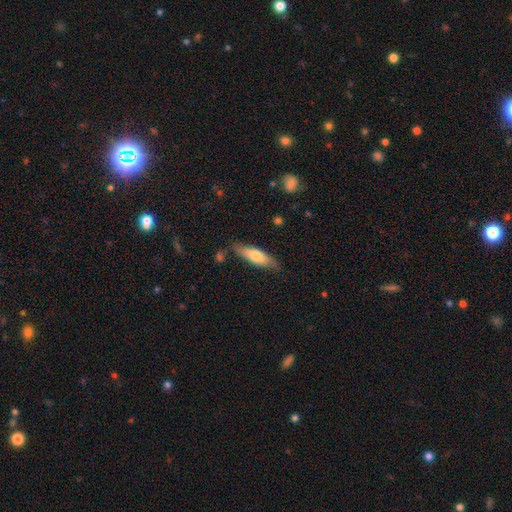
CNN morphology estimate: Smooth or featured?
  - smooth: 68% *
  - featured or disk: 26%
  - star or artifact: 6%
How rounded?
  - cigar-shaped: 54% *
  - in between: 44%
  - round: 2%
Merging?
  - none: 76% *
  - minor disturbance: 18%
  - major disturbance: 4%
  - merger: 3%